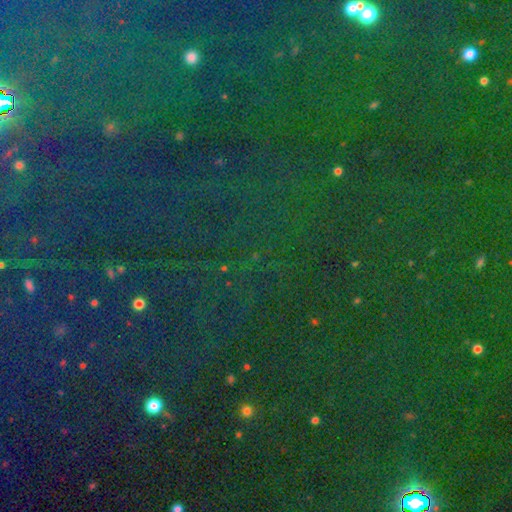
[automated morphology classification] Smooth or featured? star or artifact (82%)